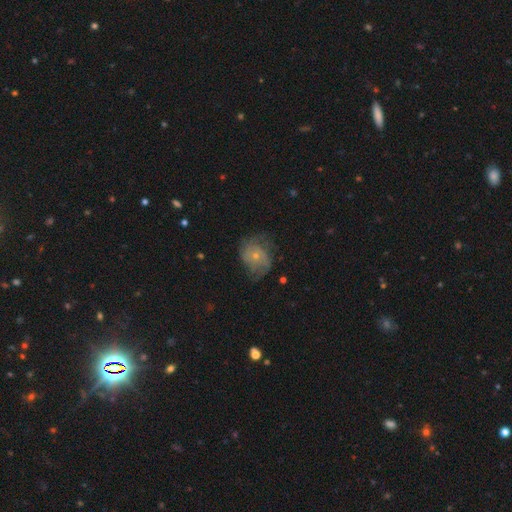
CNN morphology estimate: Smooth or featured?
  - featured or disk: 66% *
  - smooth: 26%
  - star or artifact: 8%
Edge-on disk?
  - no: 98% *
  - yes: 2%
Bar?
  - no: 80% *
  - weak: 17%
  - strong: 3%
Spiral arms?
  - yes: 83% *
  - no: 17%
Spiral winding?
  - medium: 41% *
  - tight: 35%
  - loose: 25%
Spiral arm count?
  - 2: 41% *
  - can't tell: 30%
  - 3: 13%
  - 1: 6%
  - 4: 5%
  - more than 4: 4%
Bulge size?
  - small: 70% *
  - moderate: 26%
  - none: 2%
  - large: 1%
  - dominant: 1%
Merging?
  - none: 55% *
  - minor disturbance: 26%
  - major disturbance: 18%
  - merger: 1%